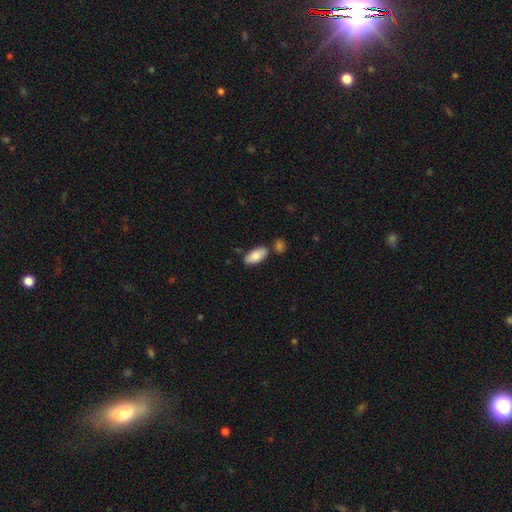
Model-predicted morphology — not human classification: smooth-or-featured: smooth: 85% | featured or disk: 9% | star or artifact: 6%
  how-rounded: in between: 90% | cigar-shaped: 8% | round: 2%
  merging: none: 74% | minor disturbance: 12% | merger: 11% | major disturbance: 3%